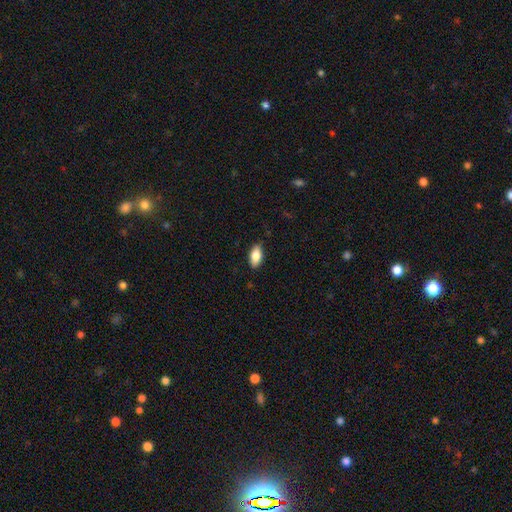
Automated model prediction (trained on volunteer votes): Overall: smooth (78%). How rounded: in between (88%). Merging: none (86%).